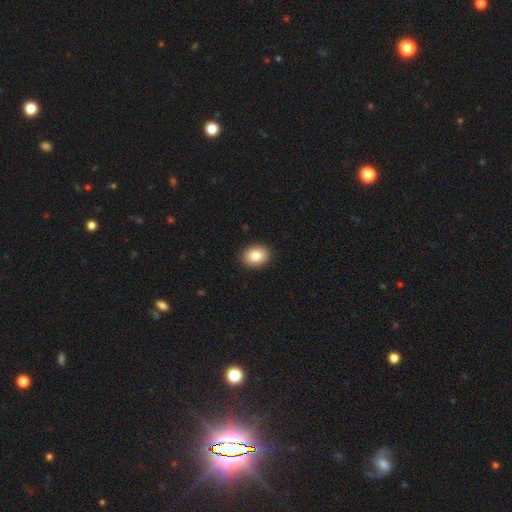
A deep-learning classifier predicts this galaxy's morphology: Smooth or featured? smooth (83%)
How rounded? in between (59%)
Merging? none (92%)